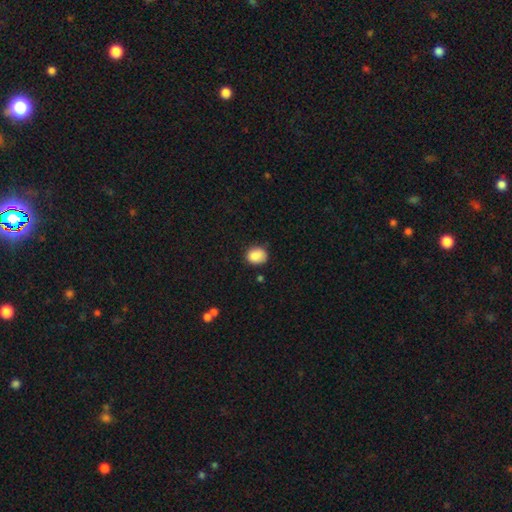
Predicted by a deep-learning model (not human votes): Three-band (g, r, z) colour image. It shows a smooth galaxy with no disk features (86%) that is round (62%). Merging: none (72%).